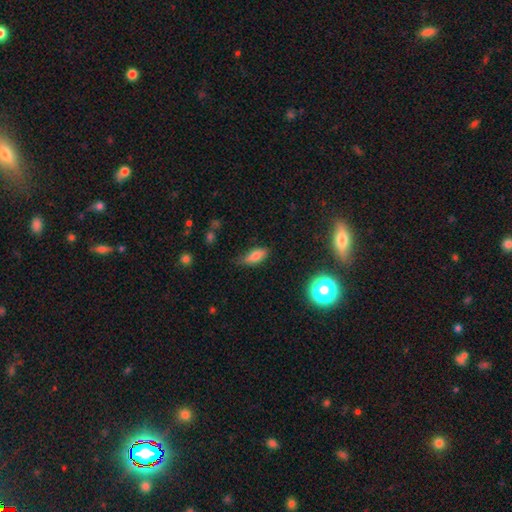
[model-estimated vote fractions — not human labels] Morphology: type=smooth (77%); roundness=in between (77%); merging=none (67%).